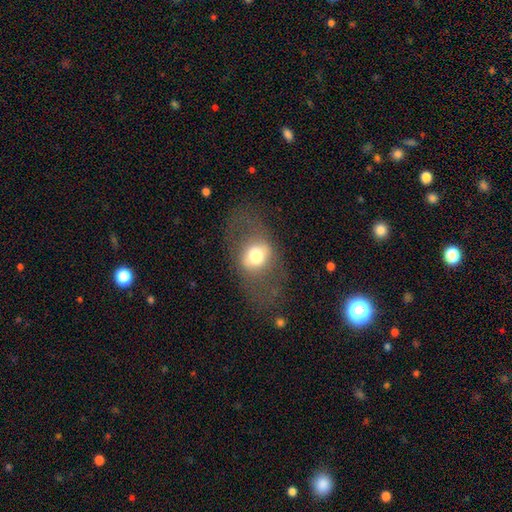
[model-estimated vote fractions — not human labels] A smooth galaxy with no disk features (55%) that is in between round and cigar-shaped (68%). Merging: none (64%).